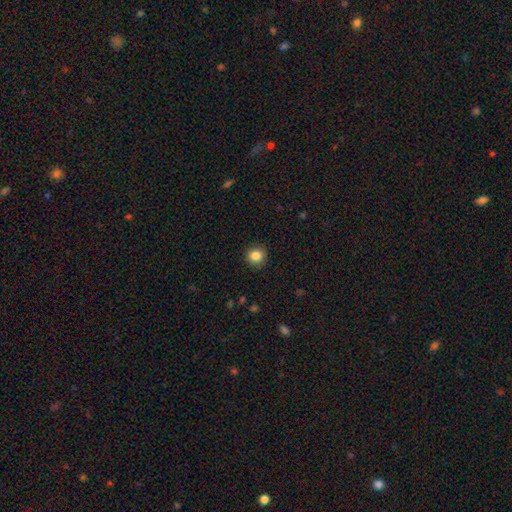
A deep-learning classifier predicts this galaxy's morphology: Q: Smooth or featured?
A: smooth (86%); runner-up: star or artifact (10%)
Q: How rounded?
A: round (90%); runner-up: in between (9%)
Q: Merging?
A: none (90%); runner-up: minor disturbance (7%)